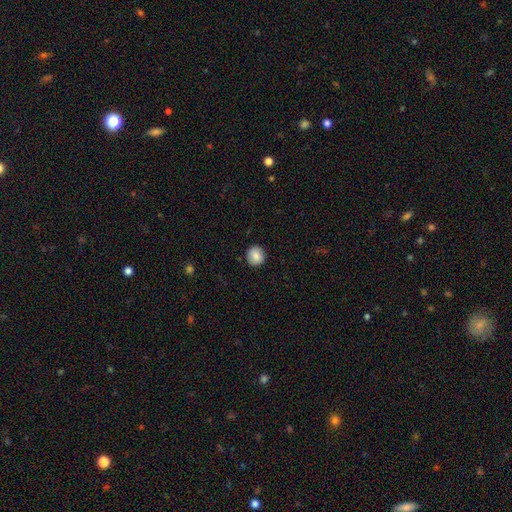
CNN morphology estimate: type=smooth (87%); roundness=round (91%); merging=none (91%).